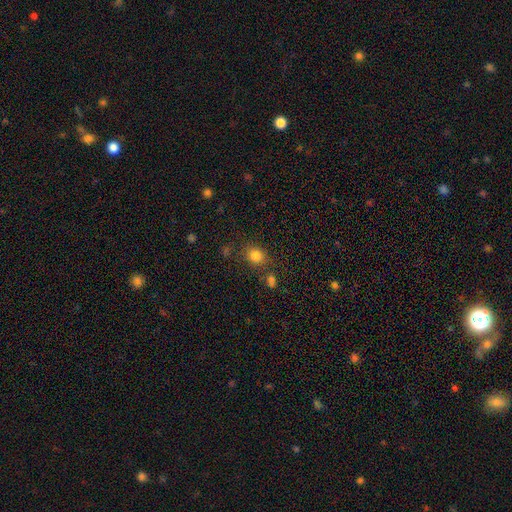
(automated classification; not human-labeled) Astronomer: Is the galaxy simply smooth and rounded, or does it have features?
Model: smooth — 82%.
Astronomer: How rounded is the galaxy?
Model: round — 69%.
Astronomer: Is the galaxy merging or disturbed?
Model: none — 75%.